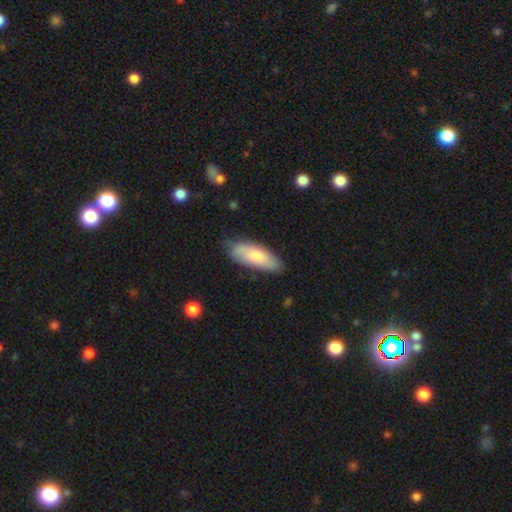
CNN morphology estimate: This is likely a smooth galaxy (70%). How rounded: likely in between (68%). Merging: likely none (76%).